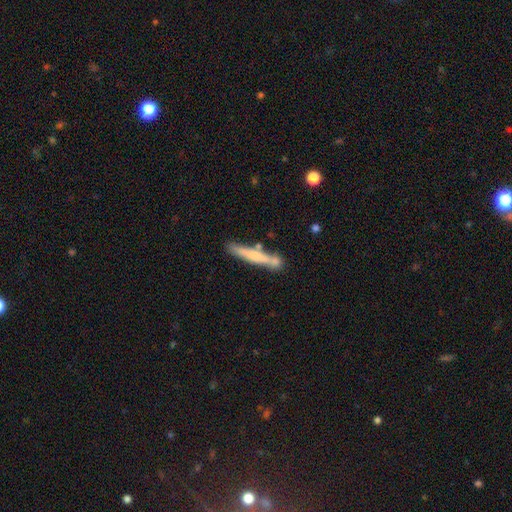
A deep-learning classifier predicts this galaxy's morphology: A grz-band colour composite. It shows a smooth galaxy with no disk features (52%) that is cigar-shaped (95%). Merging: none (71%).